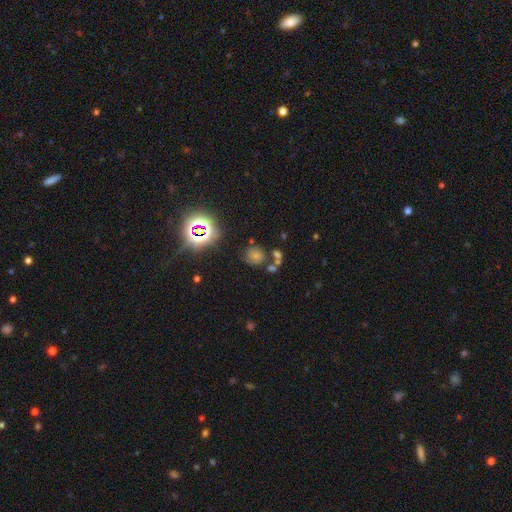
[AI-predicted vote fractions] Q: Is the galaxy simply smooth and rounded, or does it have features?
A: star or artifact — 45%.